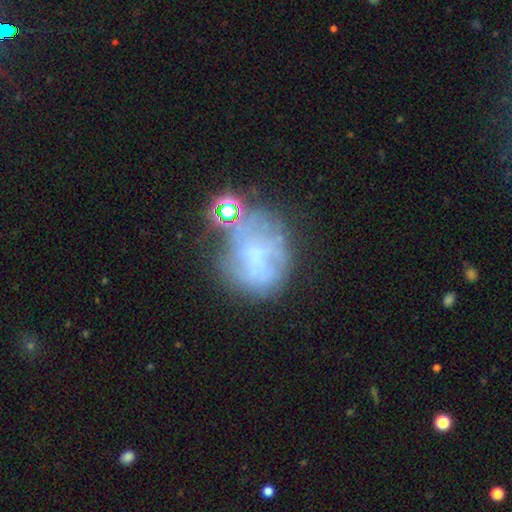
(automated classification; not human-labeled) smooth-or-featured: featured or disk: 47% | smooth: 35% | star or artifact: 17%
  merging: none: 42% | major disturbance: 22% | minor disturbance: 22% | merger: 13%